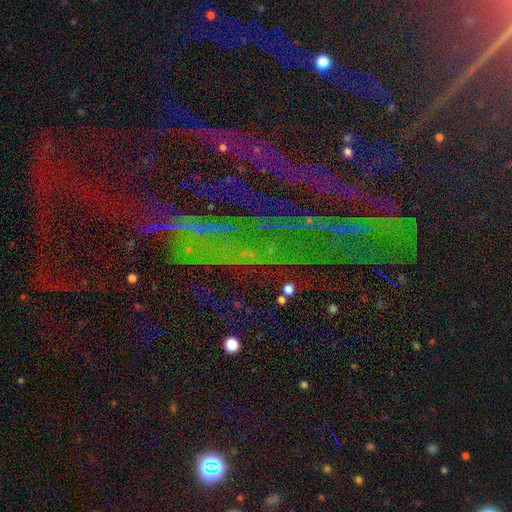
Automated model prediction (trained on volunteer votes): This is clearly a star or artifact rather than a galaxy (84%).